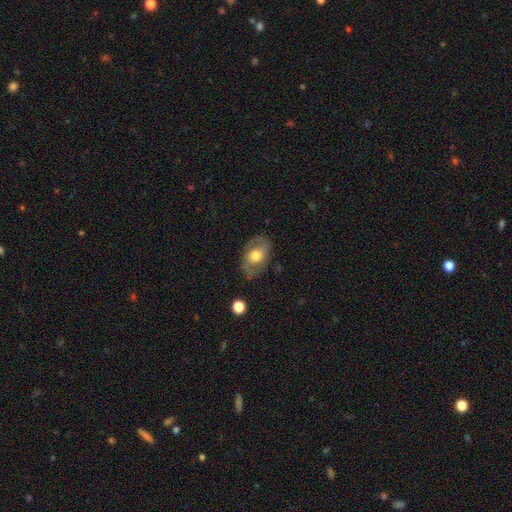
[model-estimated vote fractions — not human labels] A featured or disk galaxy (55%) with no bar (65%), spiral arms (60%) and a moderate central bulge (66%).

Vote fractions:
- Smooth or featured? featured or disk: 55% / smooth: 38% / star or artifact: 7%
- Edge-on disk? no: 92% / yes: 8%
- Bar? no: 65% / weak: 26% / strong: 8%
- Spiral arms? yes: 60% / no: 40%
- Bulge size? moderate: 66% / large: 21% / small: 10% / dominant: 2% / none: 1%
- Merging? none: 74% / minor disturbance: 17% / major disturbance: 7% / merger: 2%